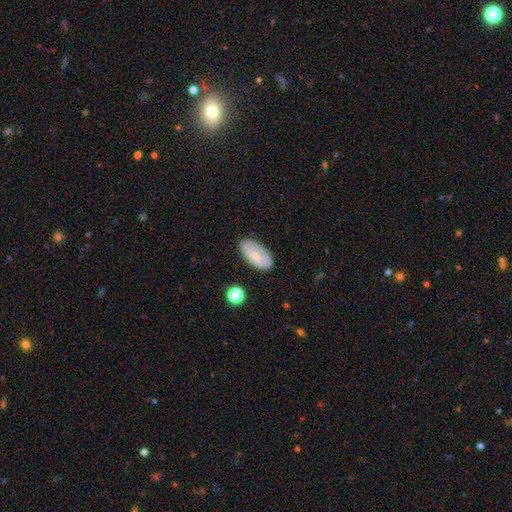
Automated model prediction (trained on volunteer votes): Smooth or featured? Predicted: smooth (p=0.69). How rounded? Predicted: in between (p=0.93). Merging? Predicted: none (p=0.79).